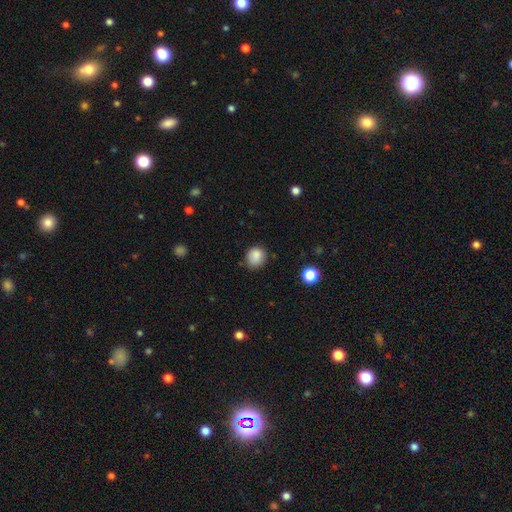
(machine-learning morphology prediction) Q: Smooth or featured?
A: smooth (86%); runner-up: star or artifact (10%)
Q: How rounded?
A: round (82%); runner-up: in between (17%)
Q: Merging?
A: none (79%); runner-up: minor disturbance (16%)